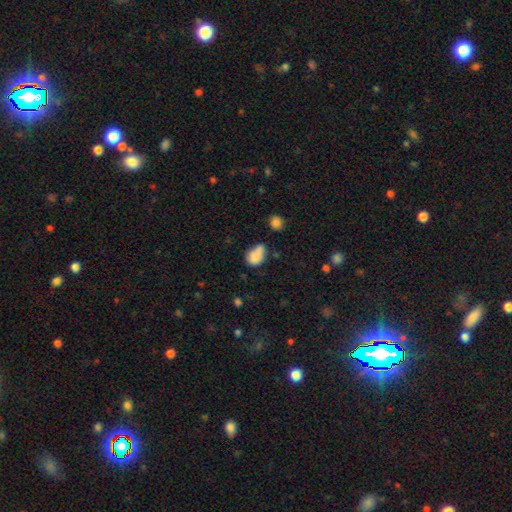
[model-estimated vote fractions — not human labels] smooth 80%, featured or disk 11%, star or artifact 10%. Down the decision tree: how rounded — in between (72%); merging — none (36%).